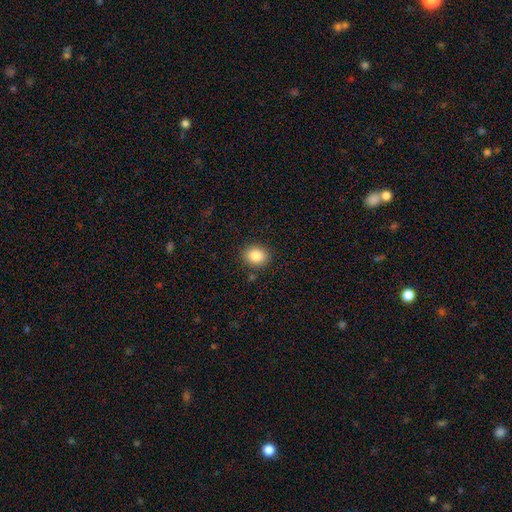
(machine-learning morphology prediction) smooth-or-featured: smooth: 85% | star or artifact: 9% | featured or disk: 6%
  how-rounded: round: 59% | in between: 41% | cigar-shaped: 1%
  merging: none: 88% | minor disturbance: 8% | major disturbance: 2% | merger: 2%